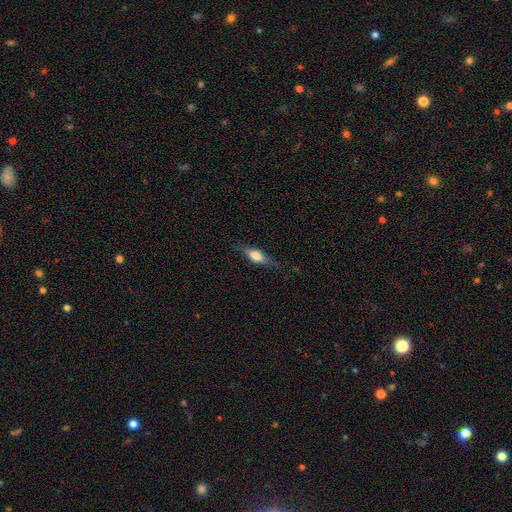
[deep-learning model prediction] This is possibly a smooth galaxy (52%). How rounded: possibly in between (49%). Merging: likely none (76%).